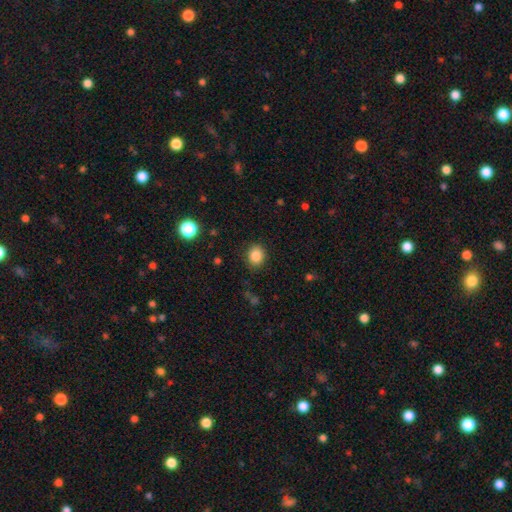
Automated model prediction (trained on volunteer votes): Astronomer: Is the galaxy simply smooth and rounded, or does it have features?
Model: smooth — 86%.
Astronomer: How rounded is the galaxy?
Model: round — 64%.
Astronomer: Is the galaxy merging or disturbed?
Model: none — 87%.